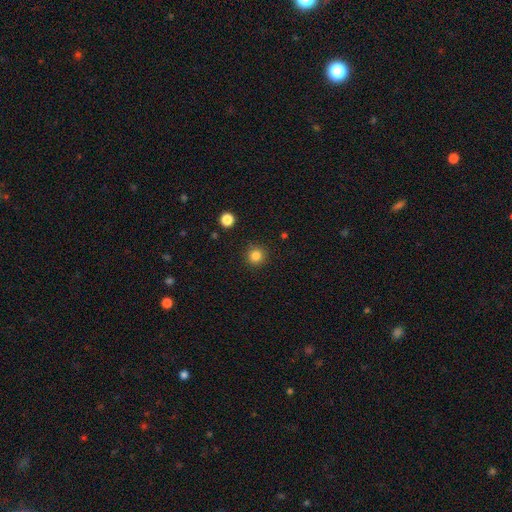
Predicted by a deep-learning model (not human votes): Q: Smooth or featured?
A: smooth (84%); runner-up: star or artifact (12%)
Q: How rounded?
A: round (94%); runner-up: in between (5%)
Q: Merging?
A: none (90%); runner-up: minor disturbance (6%)